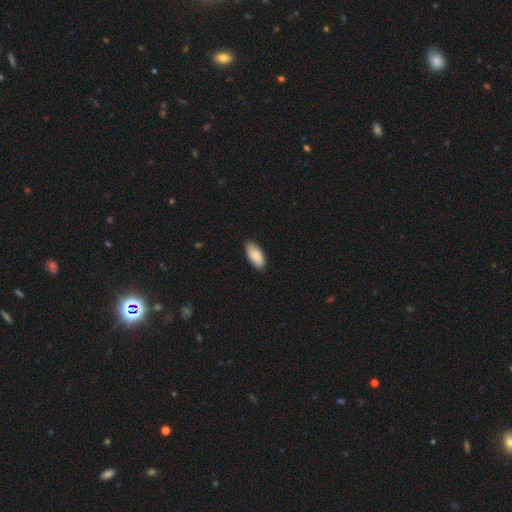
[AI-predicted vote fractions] smooth-or-featured: smooth: 88% | featured or disk: 6% | star or artifact: 6%
  how-rounded: in between: 90% | cigar-shaped: 9% | round: 2%
  merging: none: 83% | minor disturbance: 14% | major disturbance: 2% | merger: 1%